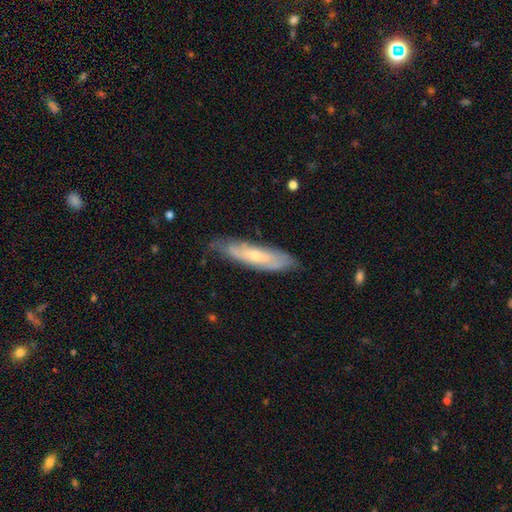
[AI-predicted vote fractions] Smooth or featured? Predicted: featured or disk (p=0.52). Edge-on disk? Predicted: no (p=0.58). Merging? Predicted: none (p=0.73).